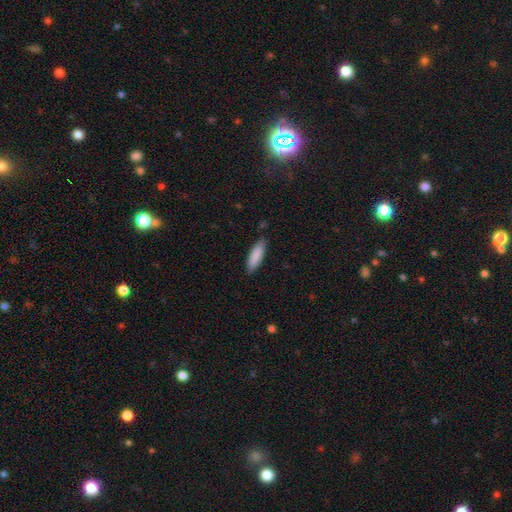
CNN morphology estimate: smooth-or-featured: smooth: 87% | featured or disk: 8% | star or artifact: 5%
  how-rounded: cigar-shaped: 55% | in between: 43% | round: 1%
  merging: none: 85% | minor disturbance: 12% | major disturbance: 2% | merger: 1%